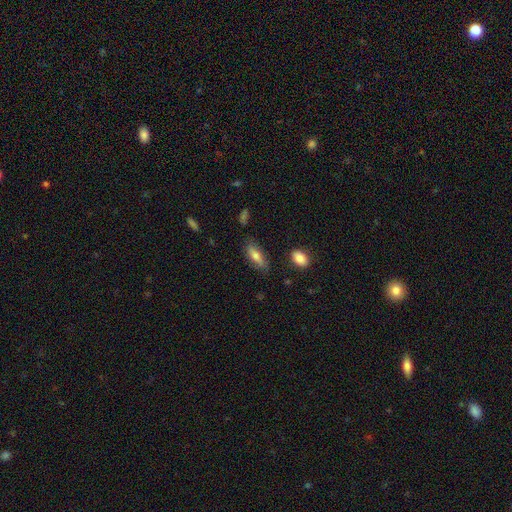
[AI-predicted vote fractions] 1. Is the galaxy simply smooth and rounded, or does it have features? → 70% smooth, 22% featured or disk, 7% star or artifact.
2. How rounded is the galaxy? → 63% in between, 35% cigar-shaped, 3% round.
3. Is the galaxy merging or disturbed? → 77% none, 17% minor disturbance, 4% major disturbance, 2% merger.